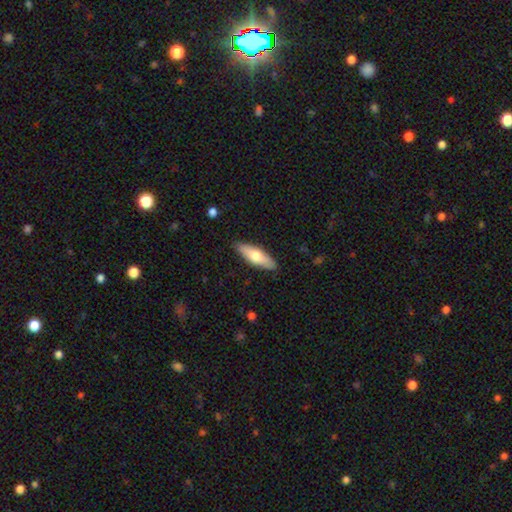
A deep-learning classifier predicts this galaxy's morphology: Q: Smooth or featured?
A: smooth (62%); runner-up: featured or disk (33%)
Q: How rounded?
A: in between (51%); runner-up: cigar-shaped (47%)
Q: Merging?
A: none (88%); runner-up: minor disturbance (9%)